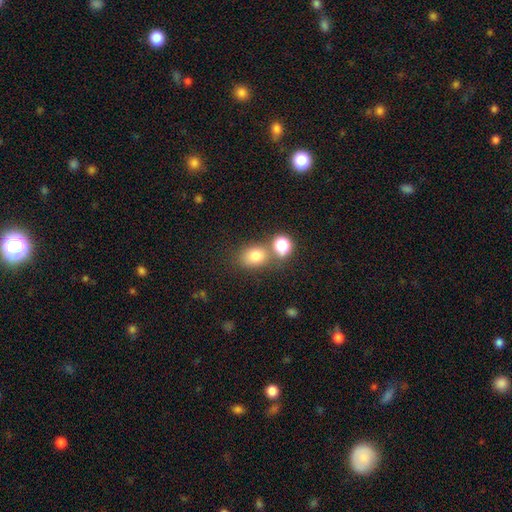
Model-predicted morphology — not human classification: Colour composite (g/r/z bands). It shows a smooth galaxy with no disk features (78%) that is round (52%). Merging: none (55%).